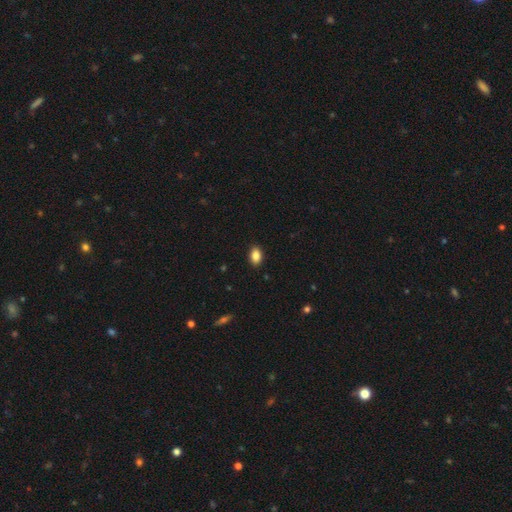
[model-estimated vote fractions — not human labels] This is clearly a smooth galaxy (88%). How rounded: clearly in between (86%). Merging: clearly none (90%).